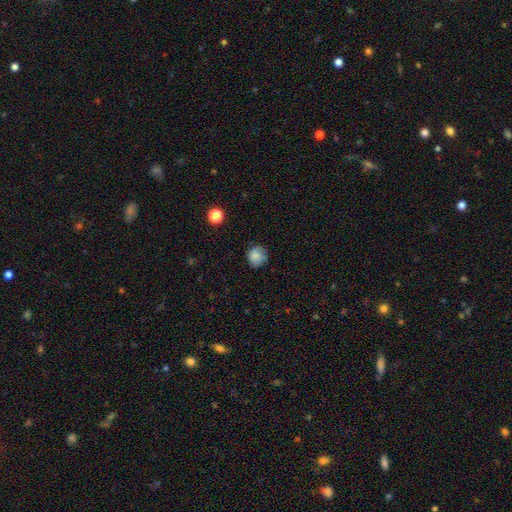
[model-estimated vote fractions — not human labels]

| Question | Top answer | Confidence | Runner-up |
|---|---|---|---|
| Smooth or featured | smooth | 82% | star or artifact (10%) |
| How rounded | round | 82% | in between (18%) |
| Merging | none | 76% | minor disturbance (19%) |